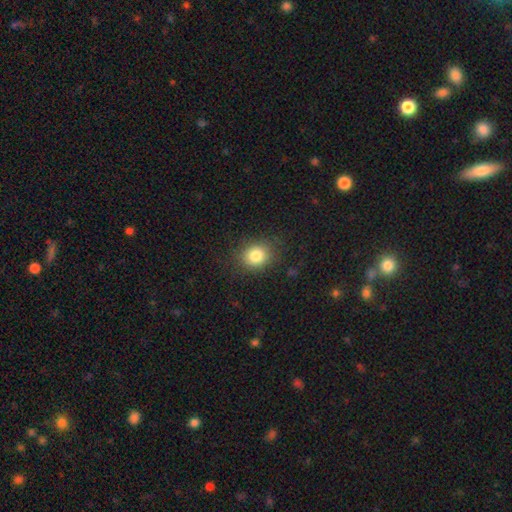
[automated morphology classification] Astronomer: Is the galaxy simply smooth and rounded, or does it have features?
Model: smooth — 82%.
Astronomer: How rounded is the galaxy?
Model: round — 69%.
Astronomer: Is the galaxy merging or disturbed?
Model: none — 84%.